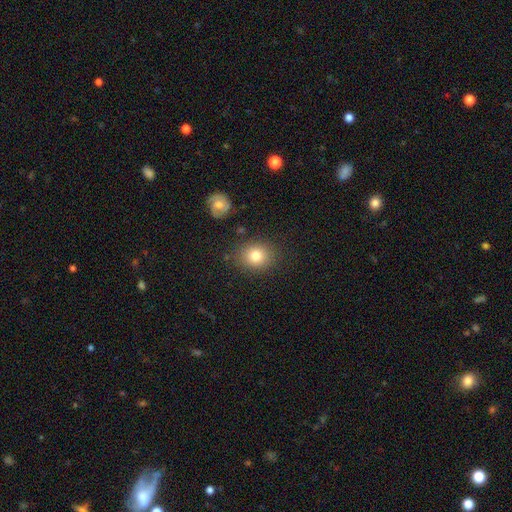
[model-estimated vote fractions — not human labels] The model was most divided on "how rounded": round: 69%, in between: 31%, cigar-shaped: 1%. More confident: merging — none (84%); smooth or featured — smooth (80%).